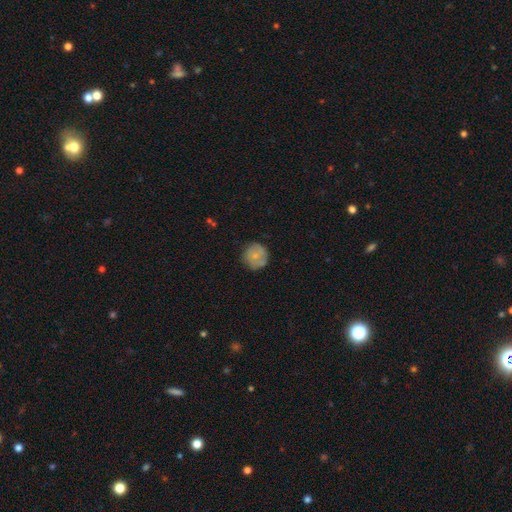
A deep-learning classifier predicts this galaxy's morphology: Smooth or featured? smooth (68%)
How rounded? round (92%)
Merging? none (77%)